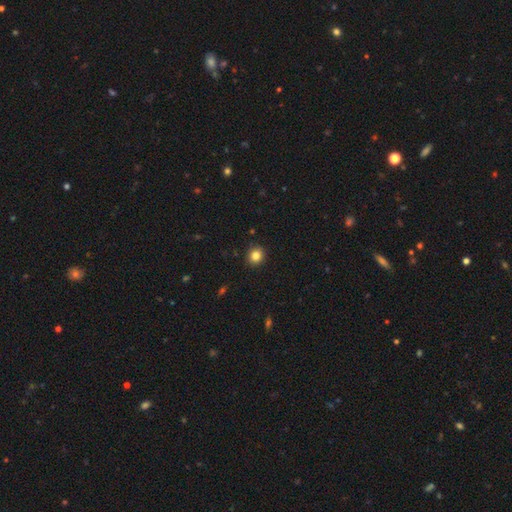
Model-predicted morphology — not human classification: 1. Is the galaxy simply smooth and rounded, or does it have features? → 83% smooth, 11% star or artifact, 5% featured or disk.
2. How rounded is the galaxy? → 83% round, 16% in between, 1% cigar-shaped.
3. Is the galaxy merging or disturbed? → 91% none, 6% minor disturbance, 2% major disturbance, 1% merger.